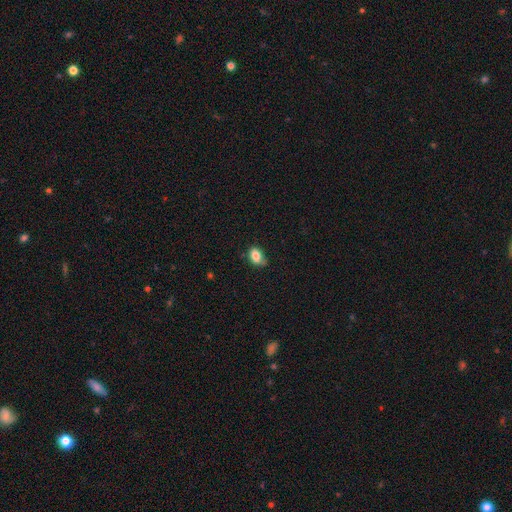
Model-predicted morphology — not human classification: A smooth galaxy with no disk features (81%) that is in between round and cigar-shaped (79%). Merging: none (53%).